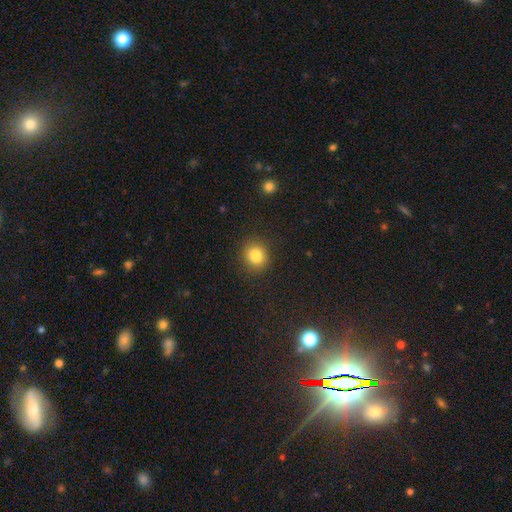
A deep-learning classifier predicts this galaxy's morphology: Smooth or featured: smooth — 84% (star or artifact — 11%)
How rounded: round — 79% (in between — 20%)
Merging: none — 87% (minor disturbance — 9%)